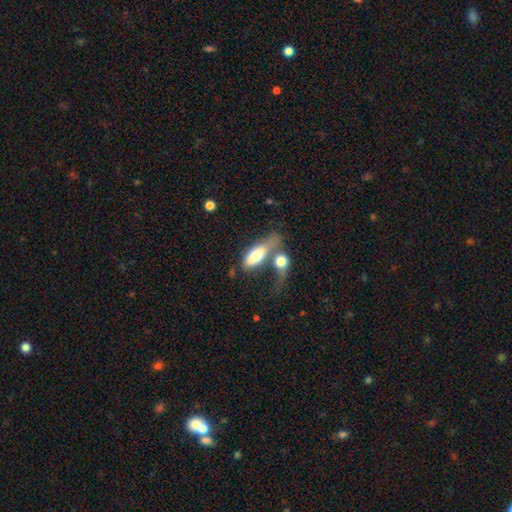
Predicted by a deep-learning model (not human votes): Smooth or featured? Predicted: smooth (p=0.67). How rounded? Predicted: in between (p=0.76). Merging? Predicted: merger (p=0.59).